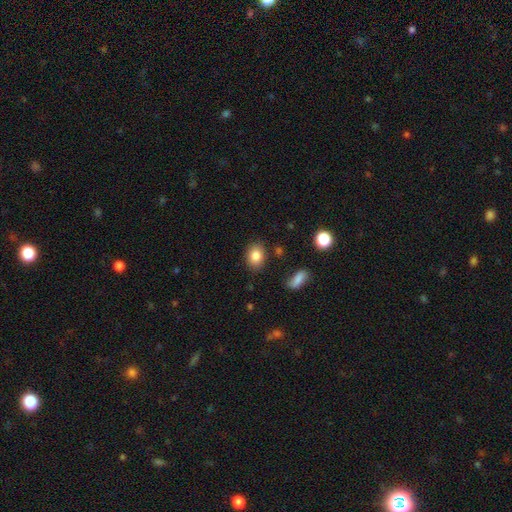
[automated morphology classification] A smooth galaxy with no disk features (84%) that is in between round and cigar-shaped (68%).

Vote fractions:
- Smooth or featured? smooth: 84% / star or artifact: 9% / featured or disk: 8%
- How rounded? in between: 68% / round: 31% / cigar-shaped: 1%
- Merging? none: 84% / minor disturbance: 11% / major disturbance: 3% / merger: 2%